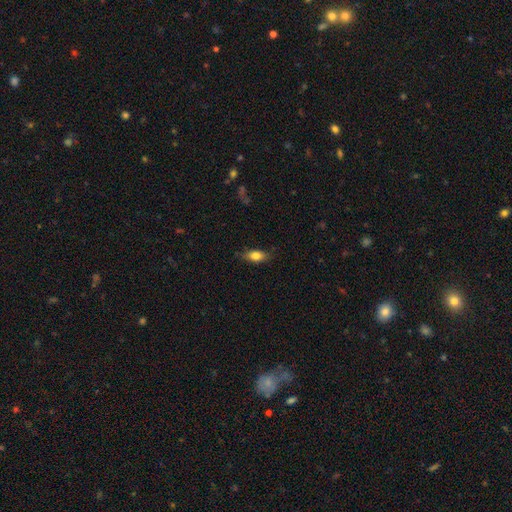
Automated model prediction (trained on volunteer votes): Morphology: type=smooth (79%); roundness=in between (80%); merging=none (79%).